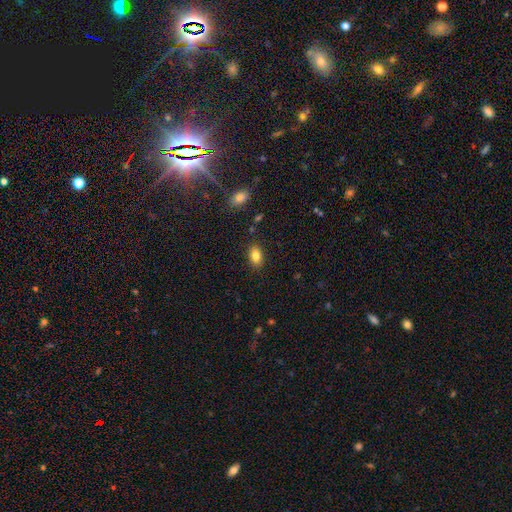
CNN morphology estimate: Smooth or featured? smooth (84%)
How rounded? in between (87%)
Merging? none (86%)